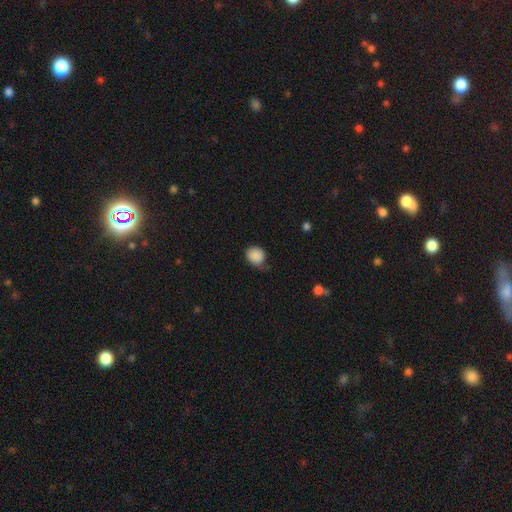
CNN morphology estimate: Q: Smooth or featured?
A: smooth (87%); runner-up: star or artifact (8%)
Q: How rounded?
A: round (66%); runner-up: in between (33%)
Q: Merging?
A: none (54%); runner-up: minor disturbance (34%)